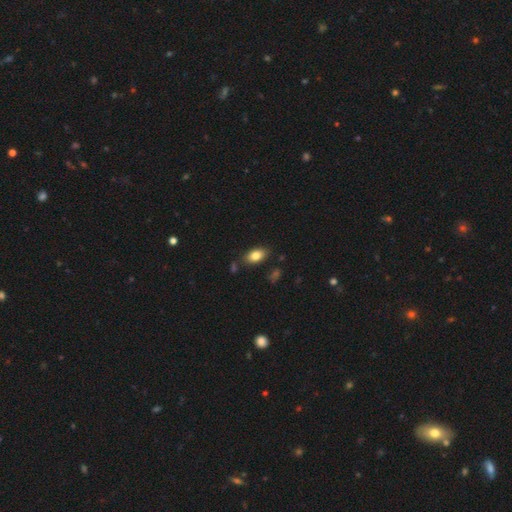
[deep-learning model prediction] Smooth or featured: smooth — 83% (featured or disk — 9%)
How rounded: in between — 90% (round — 7%)
Merging: none — 81% (minor disturbance — 12%)